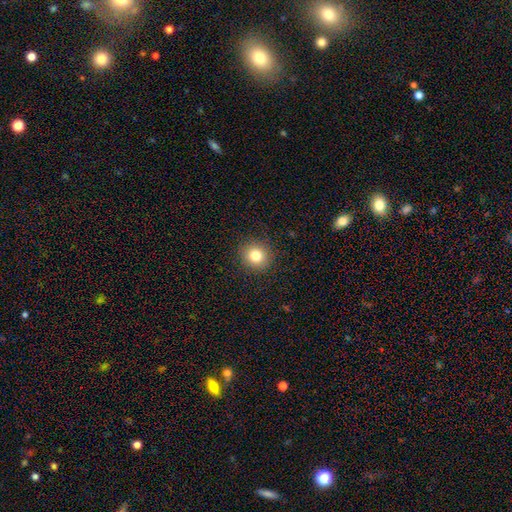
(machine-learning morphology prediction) Smooth or featured? Predicted: smooth (p=0.80). How rounded? Predicted: round (p=0.91). Merging? Predicted: none (p=0.91).